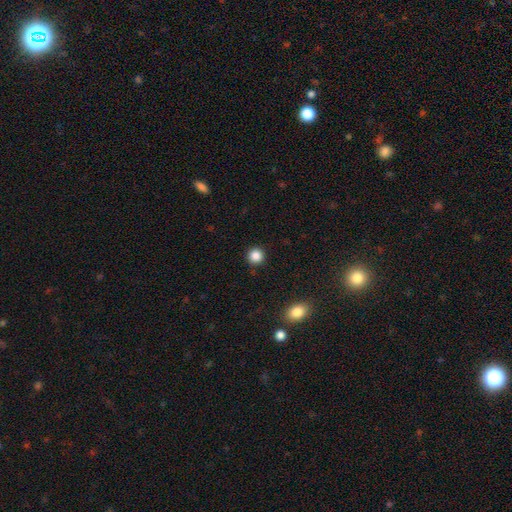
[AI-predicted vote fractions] A smooth galaxy with no disk features (86%) that is round (94%). Merging: none (92%).